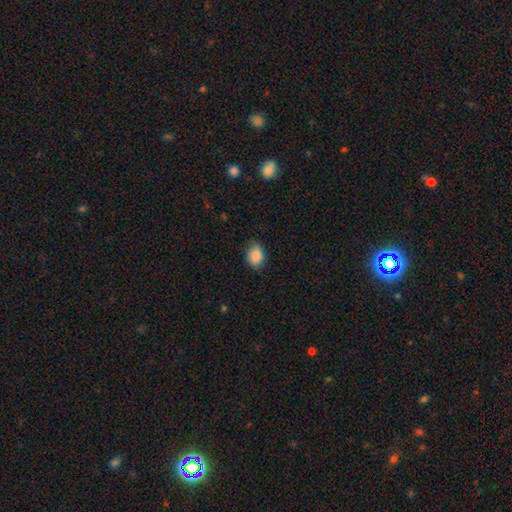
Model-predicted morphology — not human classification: The model was most divided on "how rounded": in between: 59%, round: 40%, cigar-shaped: 1%. More confident: smooth or featured — smooth (88%); merging — none (78%).